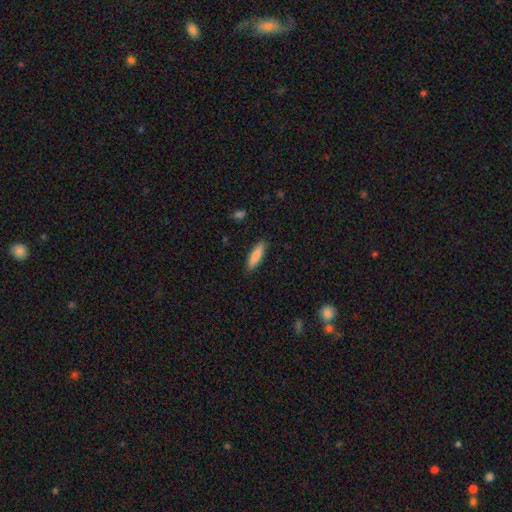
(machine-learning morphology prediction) type=smooth (84%); roundness=cigar-shaped (71%); merging=none (88%).